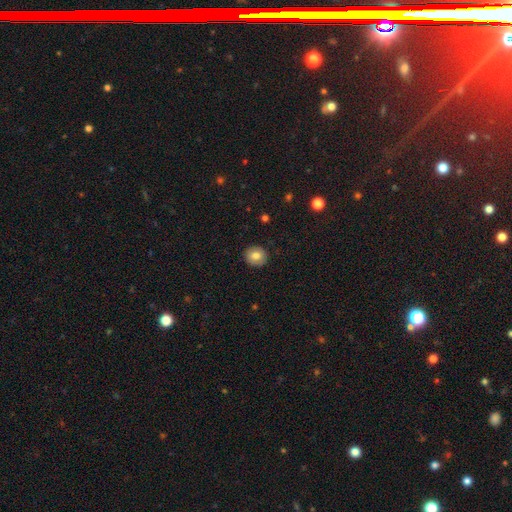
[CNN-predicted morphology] Smooth or featured? Predicted: smooth (p=0.81). How rounded? Predicted: round (p=0.87). Merging? Predicted: none (p=0.91).